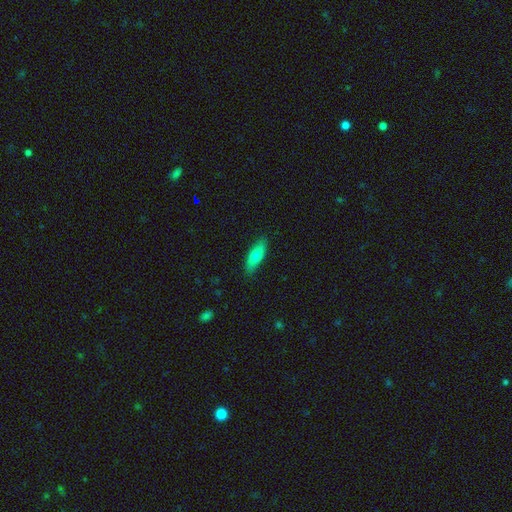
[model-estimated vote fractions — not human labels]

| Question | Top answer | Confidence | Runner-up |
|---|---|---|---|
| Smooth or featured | smooth | 73% | featured or disk (21%) |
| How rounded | in between | 55% | cigar-shaped (43%) |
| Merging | none | 85% | minor disturbance (12%) |